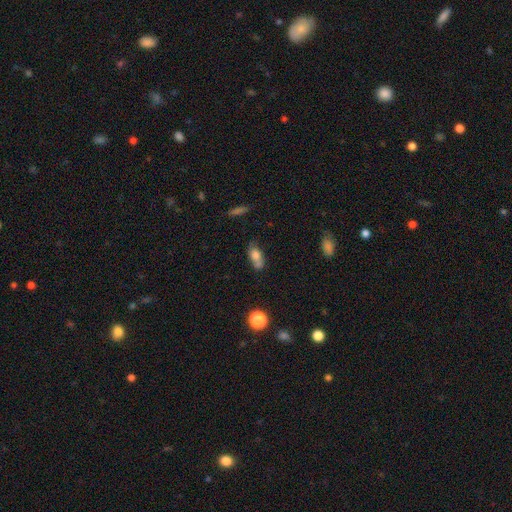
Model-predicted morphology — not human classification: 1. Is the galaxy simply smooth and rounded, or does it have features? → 70% smooth, 20% featured or disk, 10% star or artifact.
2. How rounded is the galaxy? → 79% in between, 13% cigar-shaped, 8% round.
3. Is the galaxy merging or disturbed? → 46% none, 26% minor disturbance, 19% merger, 10% major disturbance.